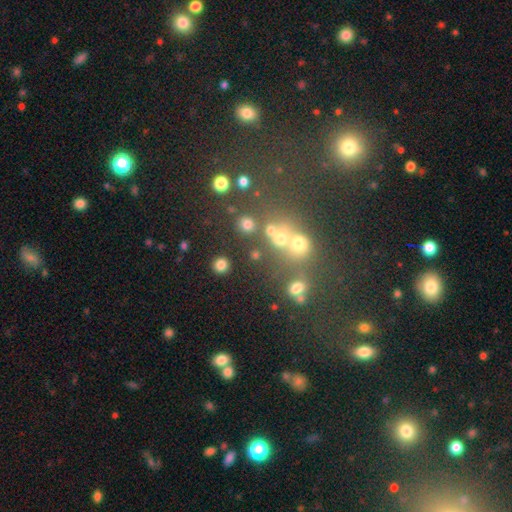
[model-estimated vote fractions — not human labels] This is marginally a smooth galaxy (44%). Merging: possibly none (54%).